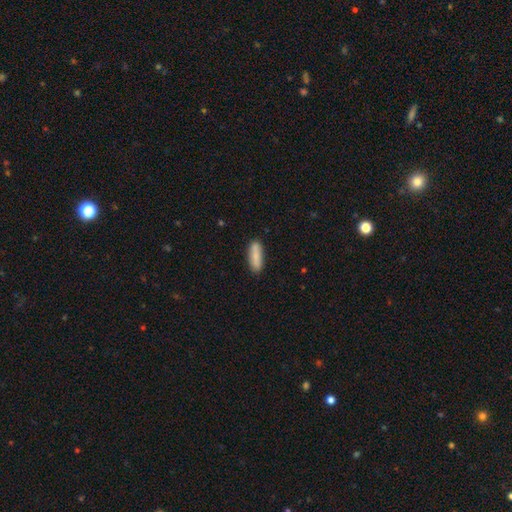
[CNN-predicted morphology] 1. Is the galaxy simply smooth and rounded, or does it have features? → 82% smooth, 12% featured or disk, 6% star or artifact.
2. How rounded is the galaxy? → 53% in between, 45% cigar-shaped, 2% round.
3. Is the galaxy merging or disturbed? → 85% none, 11% minor disturbance, 2% major disturbance, 1% merger.